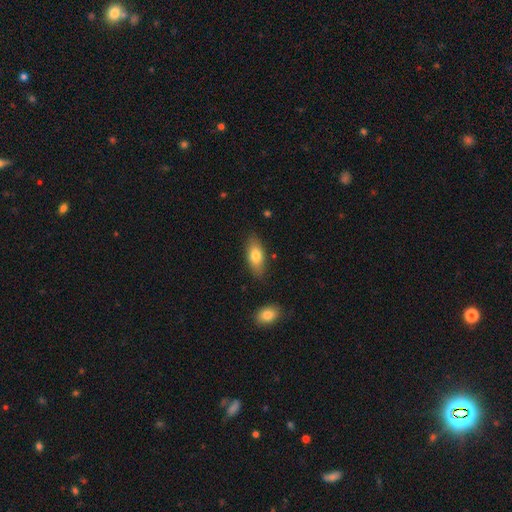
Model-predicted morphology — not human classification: A smooth galaxy with no disk features (77%) that is in between round and cigar-shaped (84%).

Vote fractions:
- Smooth or featured? smooth: 77% / featured or disk: 16% / star or artifact: 7%
- How rounded? in between: 84% / cigar-shaped: 12% / round: 4%
- Merging? none: 82% / minor disturbance: 12% / major disturbance: 3% / merger: 2%